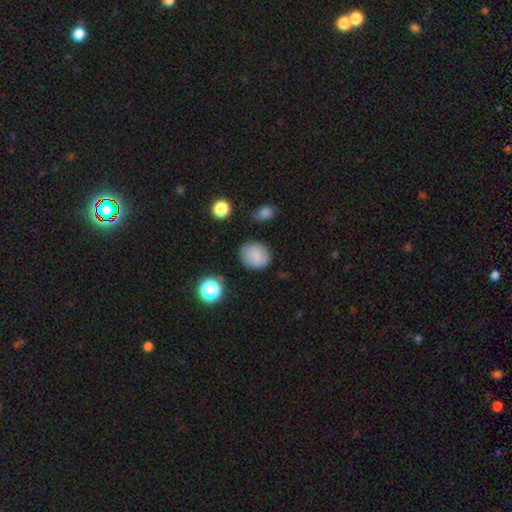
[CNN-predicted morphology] This is clearly a smooth galaxy (83%). How rounded: likely round (73%). Merging: clearly none (83%).